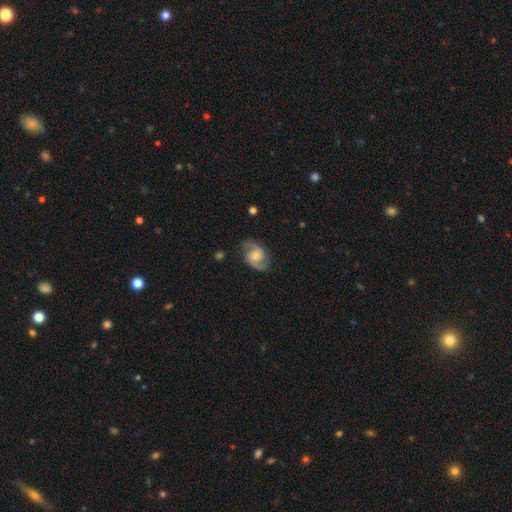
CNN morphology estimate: Smooth or featured? Predicted: featured or disk (p=0.81). Edge-on disk? Predicted: no (p=0.98). Bar? Predicted: no (p=0.54). Spiral arms? Predicted: yes (p=0.96). Spiral winding? Predicted: medium (p=0.52). Spiral arm count? Predicted: 2 (p=0.92). Bulge size? Predicted: small (p=0.44). Merging? Predicted: none (p=0.78).